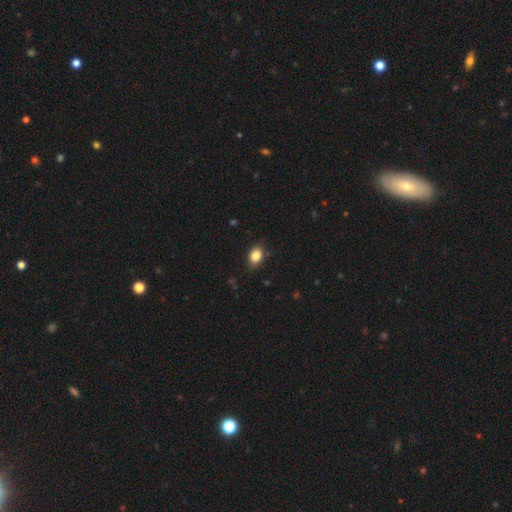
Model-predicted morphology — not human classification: A smooth galaxy with no disk features (85%) that is in between round and cigar-shaped (78%).

Vote fractions:
- Smooth or featured? smooth: 85% / star or artifact: 9% / featured or disk: 6%
- How rounded? in between: 78% / round: 21% / cigar-shaped: 1%
- Merging? none: 81% / minor disturbance: 15% / major disturbance: 3% / merger: 1%